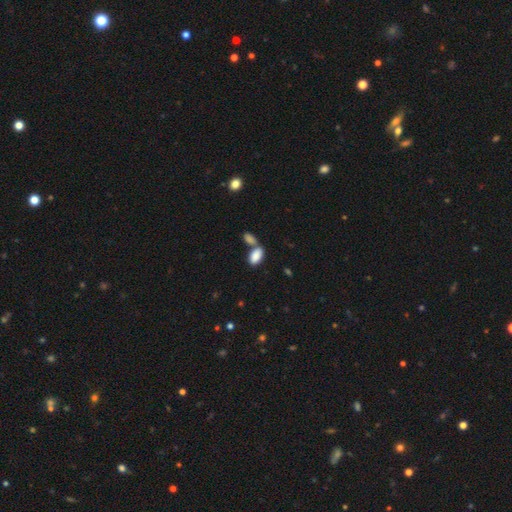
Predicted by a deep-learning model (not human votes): smooth_or_featured: smooth (p=0.87) [alt: star or artifact p=0.07]
how_rounded: in between (p=0.93) [alt: round p=0.04]
merging: merger (p=0.45) [alt: none p=0.40]